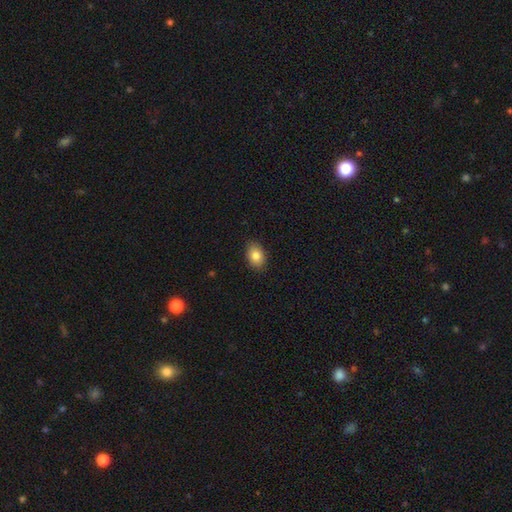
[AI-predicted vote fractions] smooth-or-featured: smooth: 84% | star or artifact: 8% | featured or disk: 8%
  how-rounded: in between: 80% | round: 18% | cigar-shaped: 1%
  merging: none: 87% | minor disturbance: 10% | major disturbance: 2% | merger: 1%